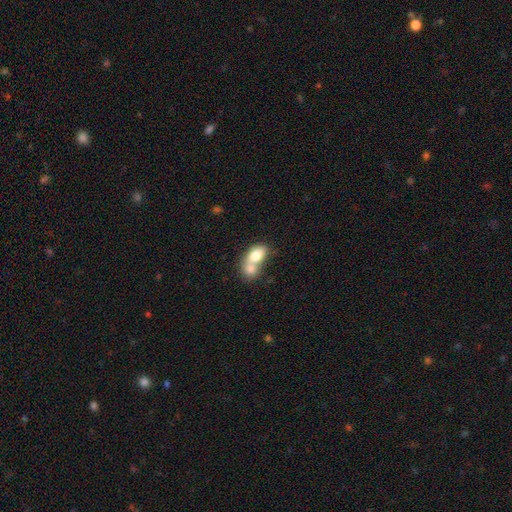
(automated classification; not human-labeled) This appears to be a smooth galaxy with no disk features (73%) that is in between round and cigar-shaped (76%). Merging: merger (73%).